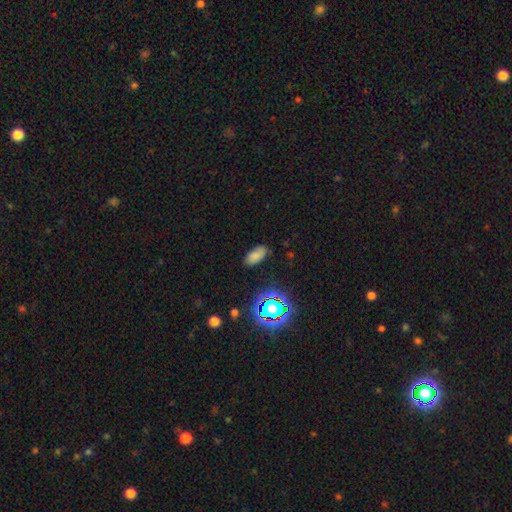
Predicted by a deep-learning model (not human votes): Morphology: type=smooth (74%); roundness=in between (92%); merging=none (82%).